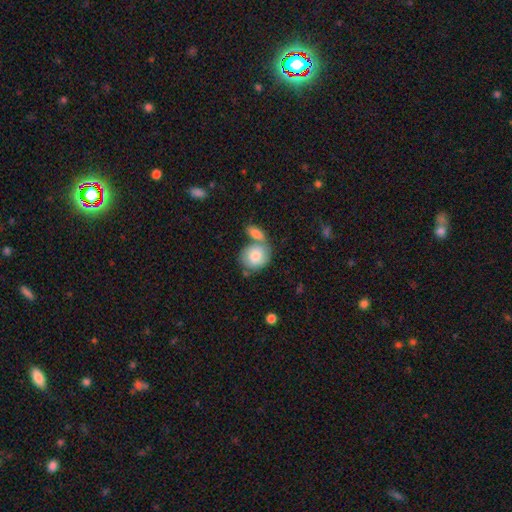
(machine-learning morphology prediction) Smooth or featured? Predicted: smooth (p=0.72). How rounded? Predicted: round (p=0.68). Merging? Predicted: merger (p=0.47).